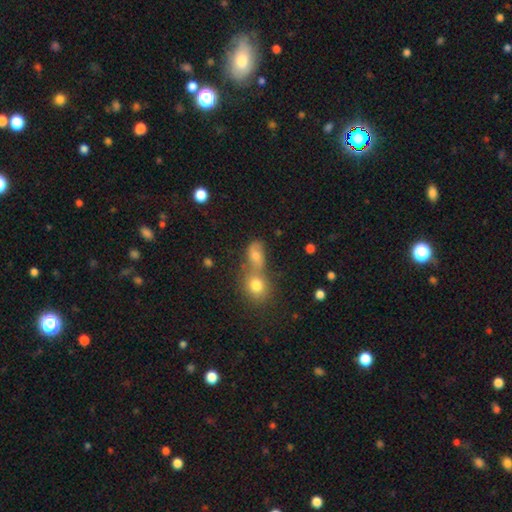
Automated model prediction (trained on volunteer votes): This appears to be a smooth galaxy with no disk features (65%) that is in between round and cigar-shaped (64%). Merging: merger (49%).